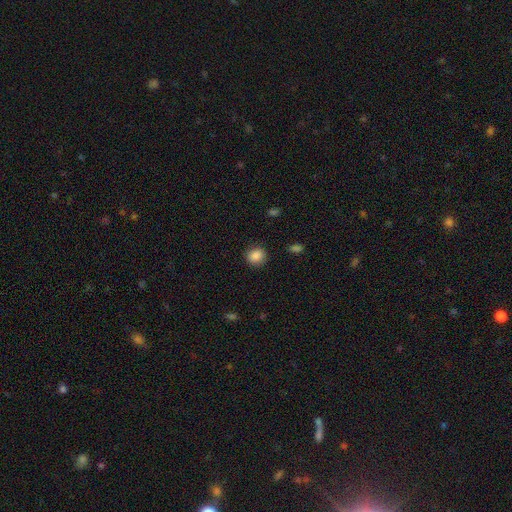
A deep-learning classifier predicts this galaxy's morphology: Smooth or featured?
  - smooth: 87% *
  - star or artifact: 9%
  - featured or disk: 4%
How rounded?
  - round: 79% *
  - in between: 20%
  - cigar-shaped: 1%
Merging?
  - none: 88% *
  - minor disturbance: 8%
  - major disturbance: 2%
  - merger: 1%